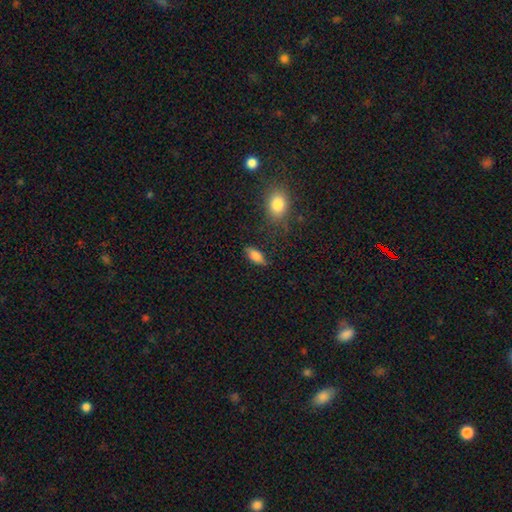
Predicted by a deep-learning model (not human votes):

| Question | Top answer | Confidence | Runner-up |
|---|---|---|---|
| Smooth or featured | smooth | 80% | featured or disk (11%) |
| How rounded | in between | 84% | cigar-shaped (11%) |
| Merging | none | 73% | minor disturbance (19%) |